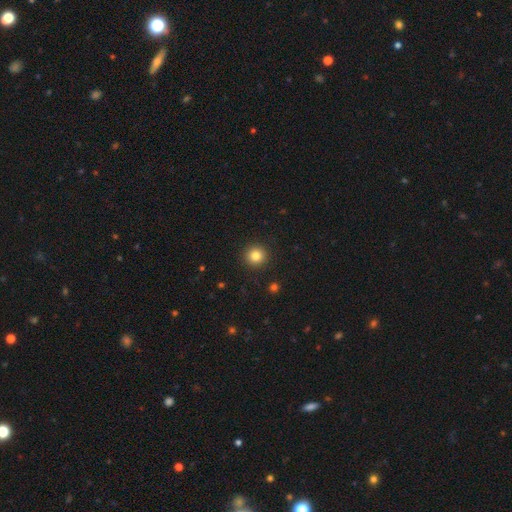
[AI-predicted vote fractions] This appears to be a smooth galaxy with no disk features (84%) that is round (95%). Merging: none (92%).